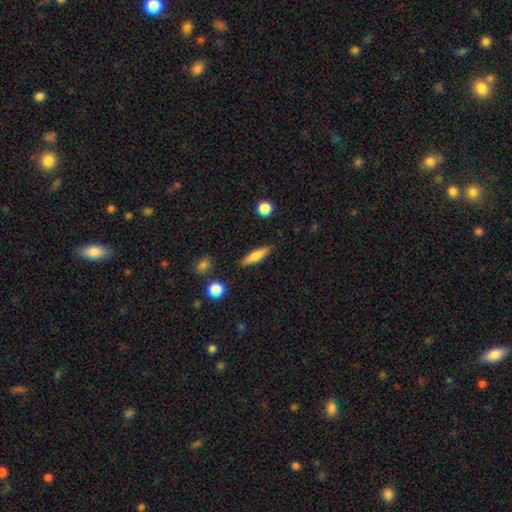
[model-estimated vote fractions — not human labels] Smooth or featured?
  - smooth: 68% *
  - featured or disk: 26%
  - star or artifact: 7%
How rounded?
  - cigar-shaped: 77% *
  - in between: 21%
  - round: 2%
Merging?
  - none: 85% *
  - minor disturbance: 10%
  - major disturbance: 2%
  - merger: 2%